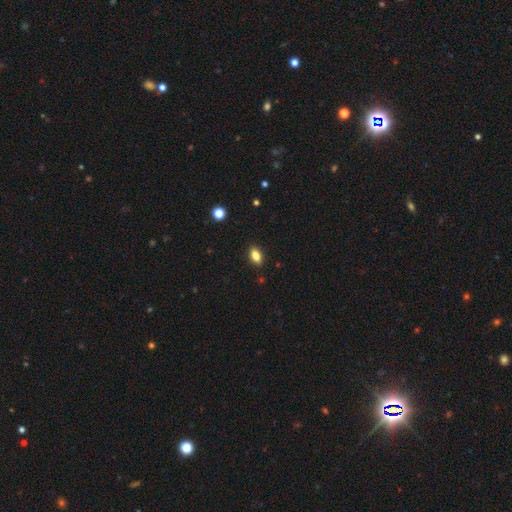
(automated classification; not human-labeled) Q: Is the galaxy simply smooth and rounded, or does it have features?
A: smooth — 82%.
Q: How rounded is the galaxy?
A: in between — 88%.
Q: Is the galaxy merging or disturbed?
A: none — 88%.